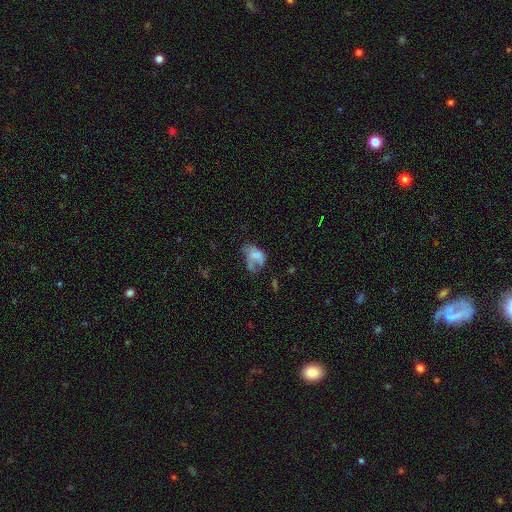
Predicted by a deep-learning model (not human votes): Smooth or featured? Predicted: smooth (p=0.54). How rounded? Predicted: in between (p=0.83). Merging? Predicted: major disturbance (p=0.42).